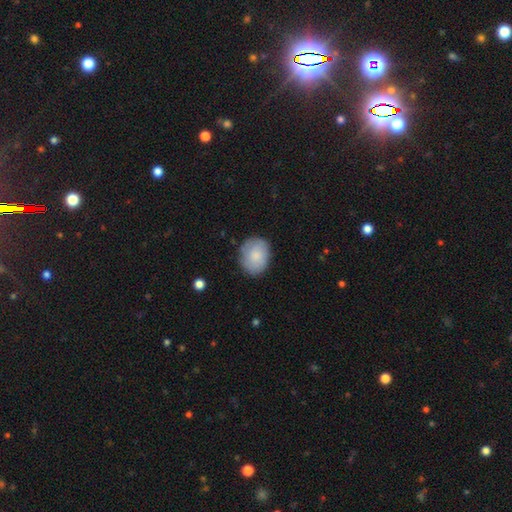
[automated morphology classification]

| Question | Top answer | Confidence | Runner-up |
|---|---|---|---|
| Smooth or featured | smooth | 82% | featured or disk (12%) |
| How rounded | in between | 55% | round (44%) |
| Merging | none | 79% | minor disturbance (16%) |